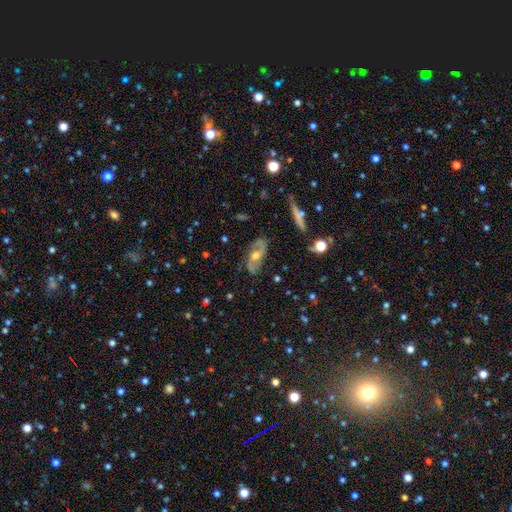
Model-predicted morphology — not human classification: Smooth or featured?
  - featured or disk: 79% *
  - smooth: 13%
  - star or artifact: 8%
Edge-on disk?
  - no: 90% *
  - yes: 10%
Bar?
  - no: 52% *
  - weak: 35%
  - strong: 13%
Spiral arms?
  - yes: 92% *
  - no: 8%
Spiral winding?
  - loose: 43% *
  - medium: 40%
  - tight: 17%
Spiral arm count?
  - 2: 87% *
  - can't tell: 7%
  - 1: 2%
  - 3: 2%
  - 4: 1%
  - more than 4: 1%
Bulge size?
  - moderate: 69% *
  - small: 21%
  - large: 7%
  - none: 2%
  - dominant: 1%
Merging?
  - none: 78% *
  - minor disturbance: 15%
  - major disturbance: 6%
  - merger: 2%